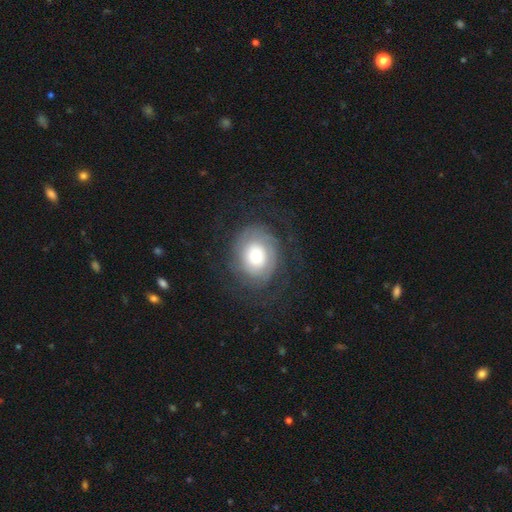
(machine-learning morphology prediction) Overall: featured or disk (60%; smooth 31%). Edge-on disk: no (97%). Bar: no (82%). Spiral arms: yes (80%). Bulge size: large (54%; moderate 19%). Merging: none (68%).